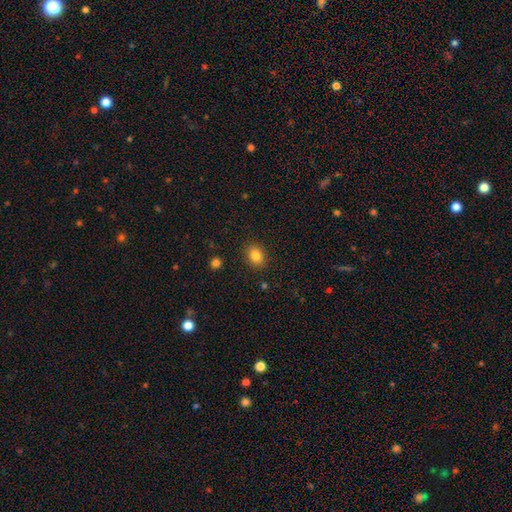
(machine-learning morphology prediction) Overall: smooth (84%). How rounded: in between (62%; round 36%). Merging: none (88%).